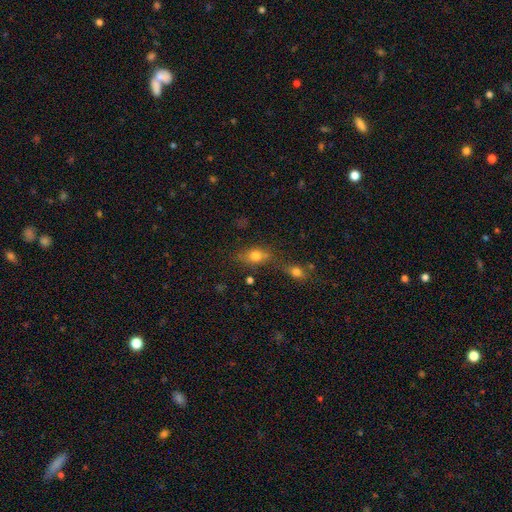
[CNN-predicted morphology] smooth_or_featured: smooth (p=0.75) [alt: star or artifact p=0.13]
how_rounded: in between (p=0.65) [alt: round p=0.30]
merging: none (p=0.49) [alt: merger p=0.31]